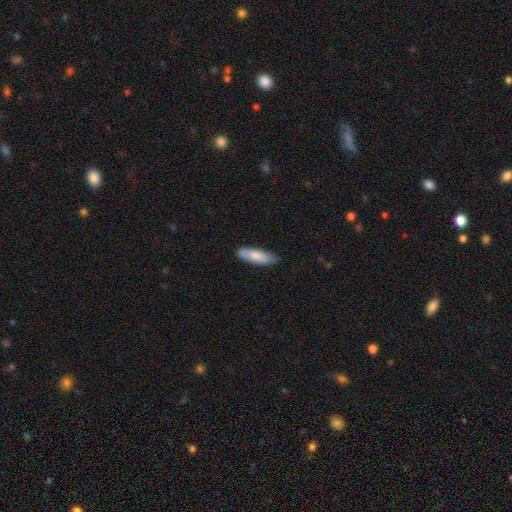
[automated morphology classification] This is clearly a smooth galaxy (80%). How rounded: possibly in between (53%). Merging: likely none (77%).